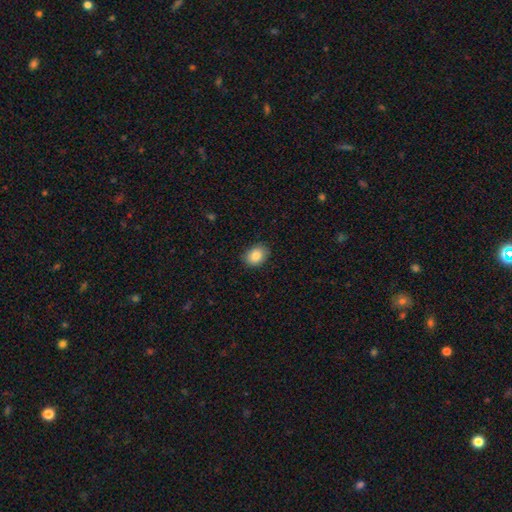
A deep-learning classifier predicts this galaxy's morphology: A smooth galaxy with no disk features (86%) that is in between round and cigar-shaped (66%).

Vote fractions:
- Smooth or featured? smooth: 86% / star or artifact: 8% / featured or disk: 6%
- How rounded? in between: 66% / round: 33% / cigar-shaped: 1%
- Merging? none: 87% / minor disturbance: 10% / major disturbance: 2% / merger: 1%